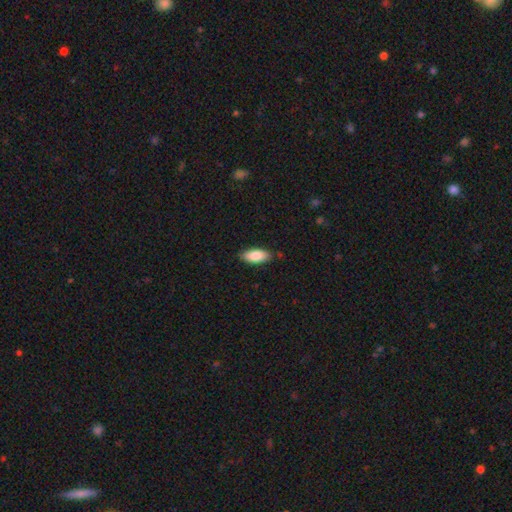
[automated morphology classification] smooth 85%, featured or disk 9%, star or artifact 6%. Down the decision tree: how rounded — in between (85%); merging — none (85%).